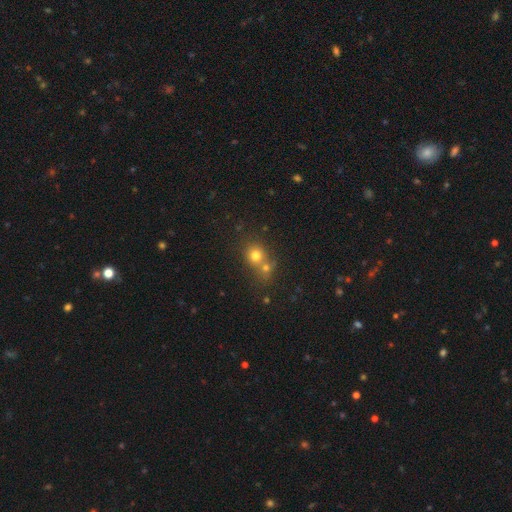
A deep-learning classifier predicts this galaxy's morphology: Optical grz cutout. It shows a smooth galaxy with no disk features (73%) that is round (79%). Merging: merger (46%).